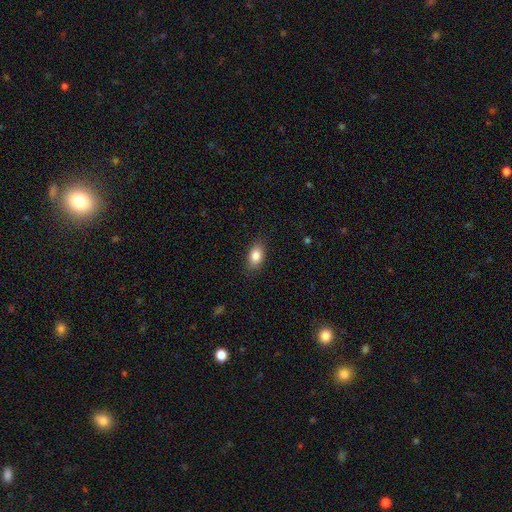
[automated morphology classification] Smooth or featured?
  - smooth: 85% *
  - star or artifact: 8%
  - featured or disk: 7%
How rounded?
  - in between: 88% *
  - round: 10%
  - cigar-shaped: 3%
Merging?
  - none: 85% *
  - minor disturbance: 11%
  - major disturbance: 3%
  - merger: 1%